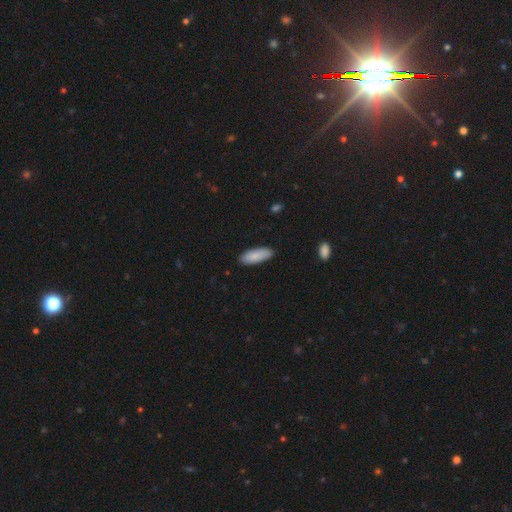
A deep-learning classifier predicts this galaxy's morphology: A smooth galaxy with no disk features (87%) that is in between round and cigar-shaped (74%). Merging: none (87%).